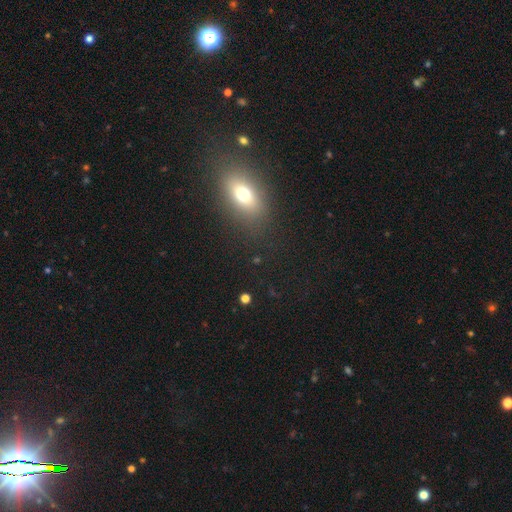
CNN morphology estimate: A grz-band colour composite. It shows a smooth galaxy with no disk features (63%) that is in between round and cigar-shaped (79%). Merging: none (85%).